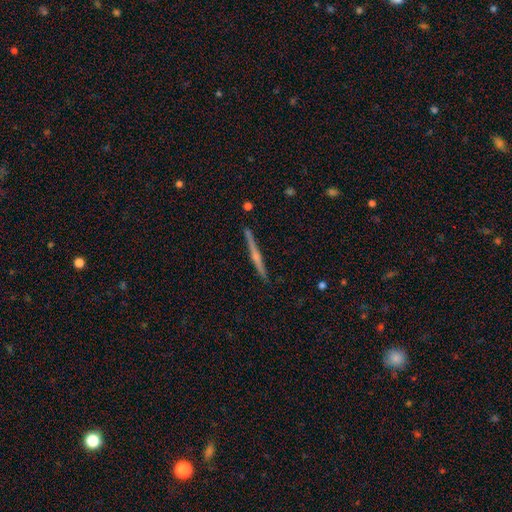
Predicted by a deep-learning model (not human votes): A featured or disk galaxy (70%) viewed edge-on (98%) with a rounded central bulge (63%). Merging: none (91%).